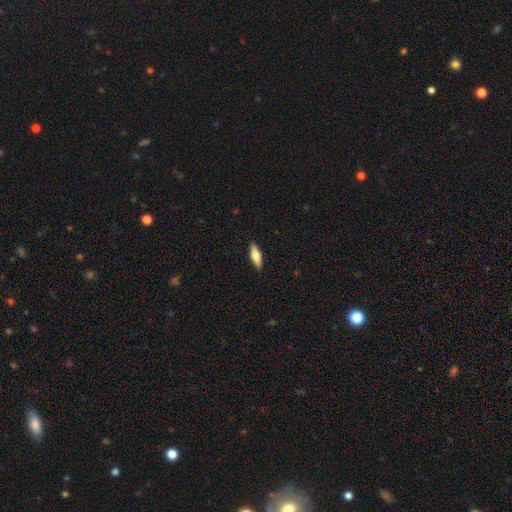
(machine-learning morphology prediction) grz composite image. It shows a smooth galaxy with no disk features (64%) that is in between round and cigar-shaped (53%). Merging: none (89%).